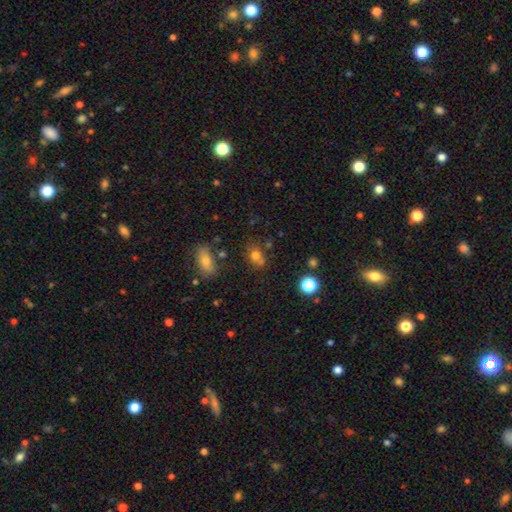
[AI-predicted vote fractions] Morphology: type=smooth (73%); roundness=in between (53%); merging=none (55%).